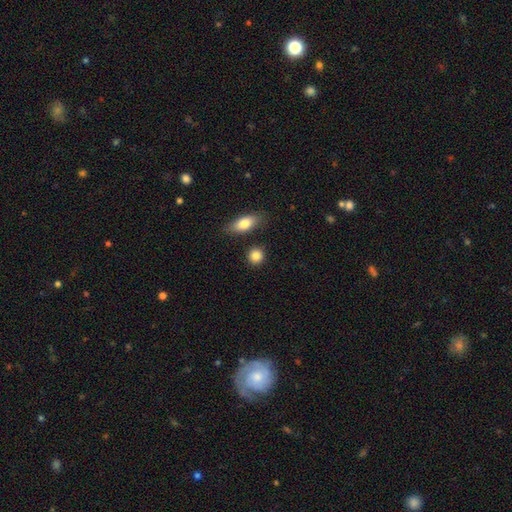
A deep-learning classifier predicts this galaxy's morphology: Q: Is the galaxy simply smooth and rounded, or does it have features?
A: smooth — 86%.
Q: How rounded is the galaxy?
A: round — 81%.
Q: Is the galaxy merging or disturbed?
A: none — 84%.